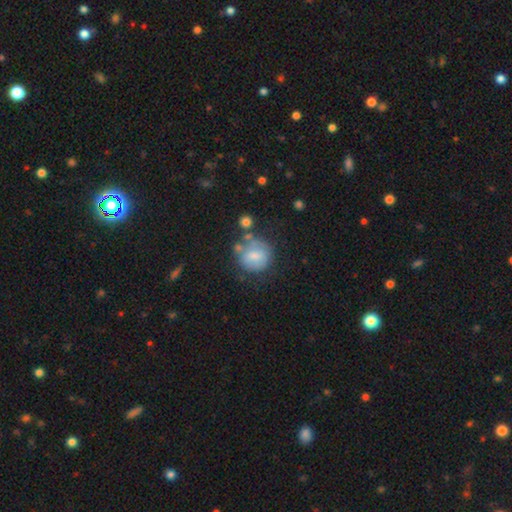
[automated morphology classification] The model was most divided on "merging": none: 55%, minor disturbance: 22%, major disturbance: 12%, merger: 11%. More confident: how rounded — round (84%); smooth or featured — smooth (68%).